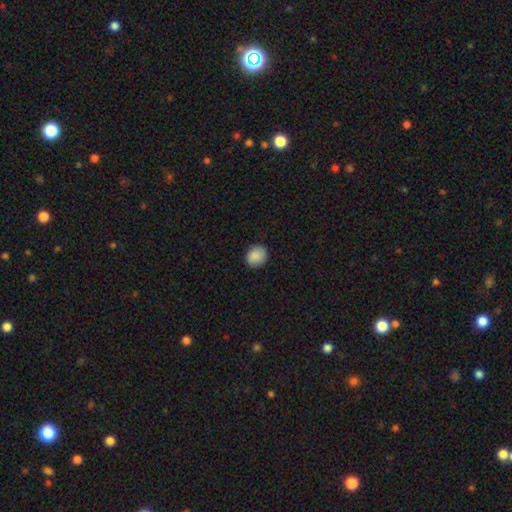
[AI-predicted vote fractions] Q: Smooth or featured?
A: smooth (89%); runner-up: star or artifact (8%)
Q: How rounded?
A: round (71%); runner-up: in between (29%)
Q: Merging?
A: none (89%); runner-up: minor disturbance (8%)